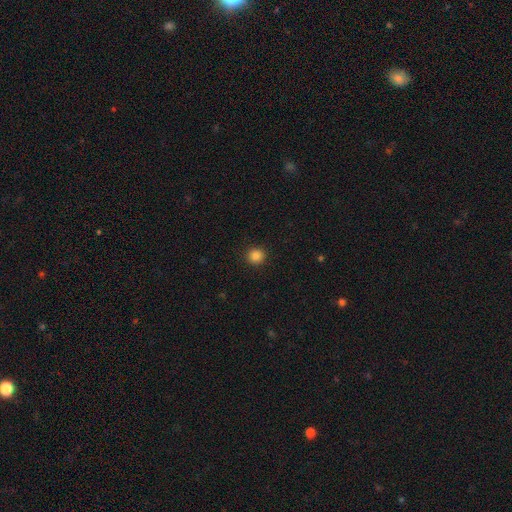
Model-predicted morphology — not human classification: This is clearly a smooth galaxy (86%). How rounded: clearly round (93%). Merging: clearly none (93%).